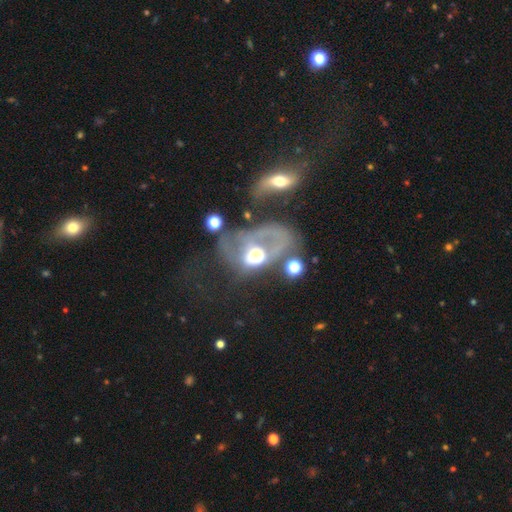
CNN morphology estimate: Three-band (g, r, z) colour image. It shows a featured or disk galaxy (57%) with no bar (78%), no spiral arms (63%) and a moderate central bulge (52%). Merging: major disturbance (52%).